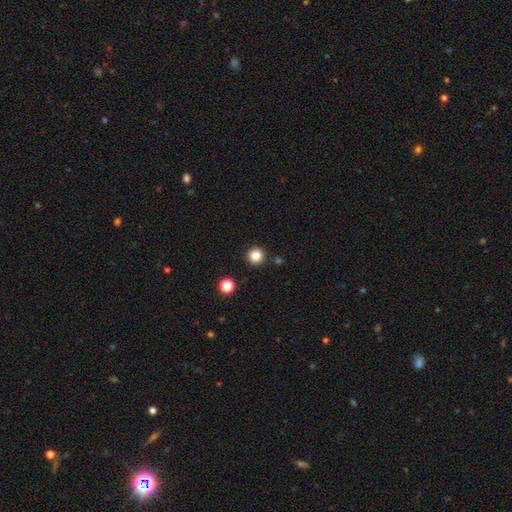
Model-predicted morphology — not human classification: type=smooth (84%); roundness=round (95%); merging=none (90%).